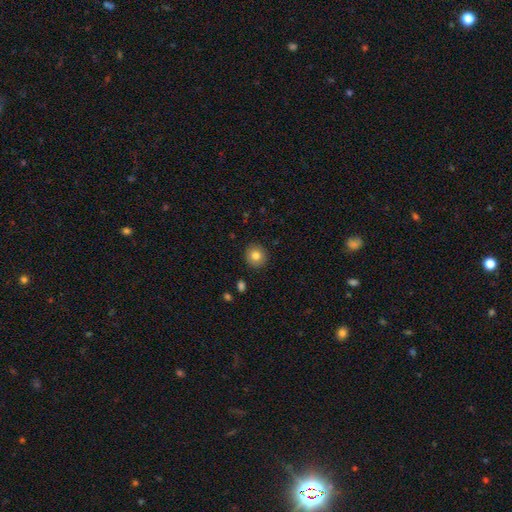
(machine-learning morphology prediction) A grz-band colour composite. It shows a smooth galaxy with no disk features (81%) that is round (92%). Merging: none (91%).